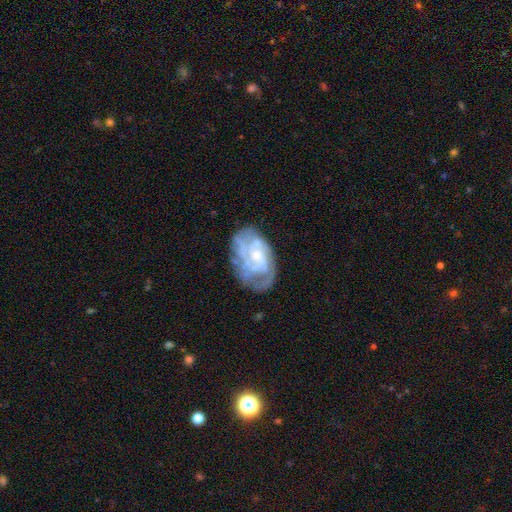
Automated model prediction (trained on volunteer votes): Smooth or featured?
  - featured or disk: 76% *
  - smooth: 18%
  - star or artifact: 7%
Edge-on disk?
  - no: 97% *
  - yes: 3%
Bar?
  - no: 73% *
  - weak: 24%
  - strong: 4%
Spiral arms?
  - yes: 73% *
  - no: 27%
Spiral winding?
  - tight: 51% *
  - medium: 34%
  - loose: 14%
Spiral arm count?
  - can't tell: 53% *
  - 2: 16%
  - 3: 14%
  - 4: 8%
  - 1: 5%
  - more than 4: 4%
Bulge size?
  - small: 52% *
  - moderate: 35%
  - none: 9%
  - large: 3%
  - dominant: 1%
Merging?
  - none: 56% *
  - minor disturbance: 24%
  - major disturbance: 17%
  - merger: 3%